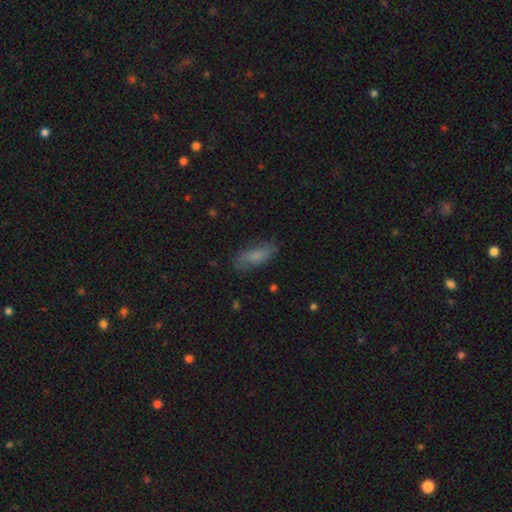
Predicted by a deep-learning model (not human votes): Smooth or featured? Predicted: smooth (p=0.69). How rounded? Predicted: in between (p=0.73). Merging? Predicted: none (p=0.76).